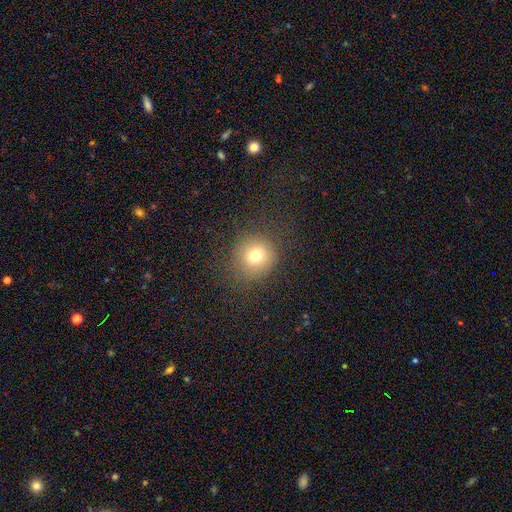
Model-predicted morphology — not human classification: Q: Smooth or featured?
A: smooth (73%); runner-up: star or artifact (15%)
Q: How rounded?
A: round (91%); runner-up: in between (8%)
Q: Merging?
A: none (82%); runner-up: minor disturbance (10%)